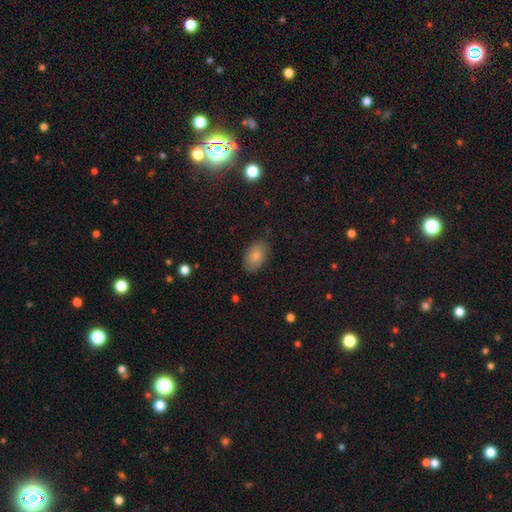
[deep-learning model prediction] smooth_or_featured: smooth (p=0.82) [alt: featured or disk p=0.10]
how_rounded: in between (p=0.92) [alt: round p=0.07]
merging: none (p=0.82) [alt: minor disturbance p=0.14]